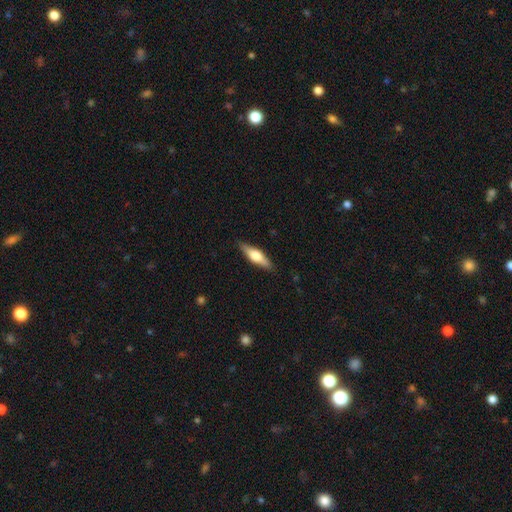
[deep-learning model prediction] featured or disk 49%, smooth 45%, star or artifact 6%. Down the decision tree: merging — none (88%).